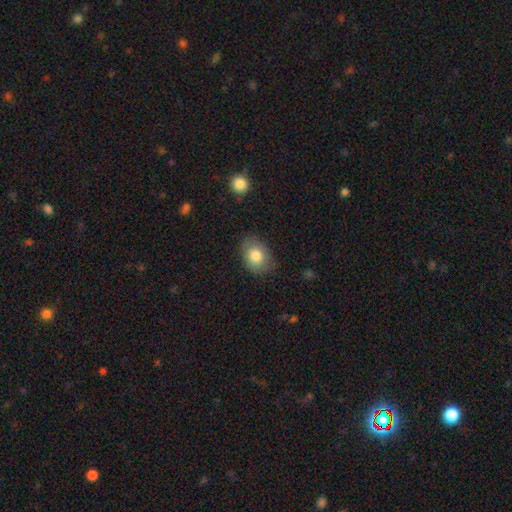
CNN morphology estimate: type=smooth (81%); roundness=in between (70%); merging=none (78%).